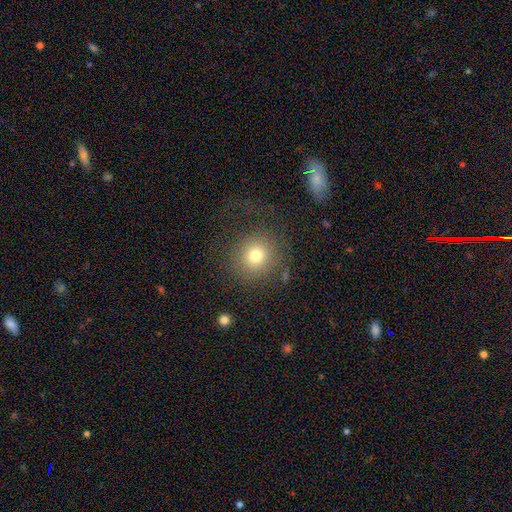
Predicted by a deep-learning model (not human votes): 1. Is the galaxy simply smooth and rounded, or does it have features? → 74% smooth, 14% star or artifact, 12% featured or disk.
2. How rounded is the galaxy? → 89% round, 10% in between, 1% cigar-shaped.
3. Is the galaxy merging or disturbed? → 73% none, 13% major disturbance, 12% minor disturbance, 2% merger.